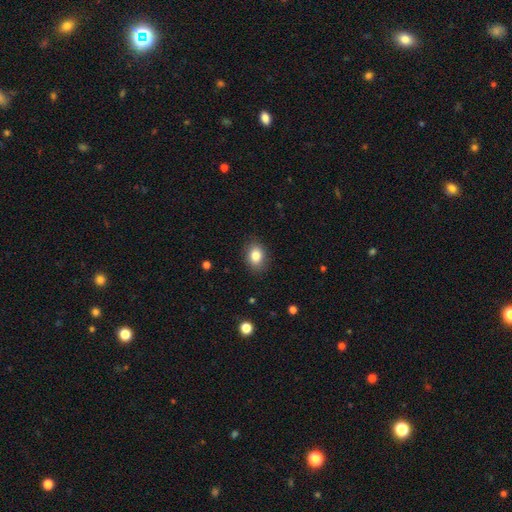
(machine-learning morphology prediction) Smooth or featured?
  - smooth: 84% *
  - star or artifact: 9%
  - featured or disk: 7%
How rounded?
  - in between: 66% *
  - round: 33%
  - cigar-shaped: 1%
Merging?
  - none: 87% *
  - minor disturbance: 10%
  - major disturbance: 3%
  - merger: 1%